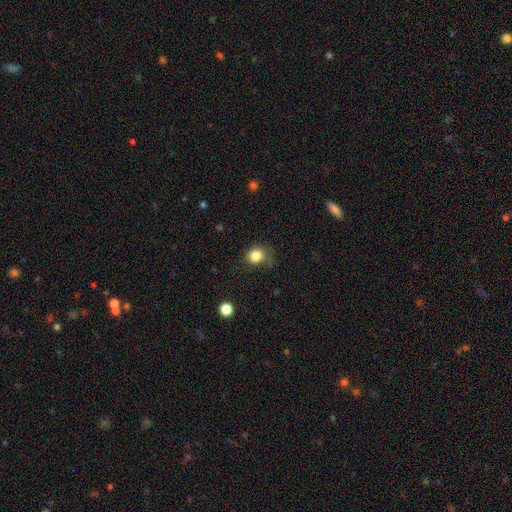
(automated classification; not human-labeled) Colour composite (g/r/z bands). It shows a smooth galaxy with no disk features (83%) that is round (77%). Merging: none (67%).